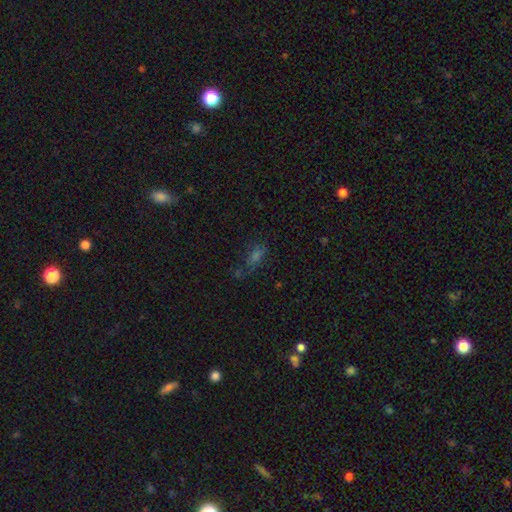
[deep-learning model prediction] Smooth or featured? Predicted: smooth (p=0.44). Merging? Predicted: none (p=0.60).